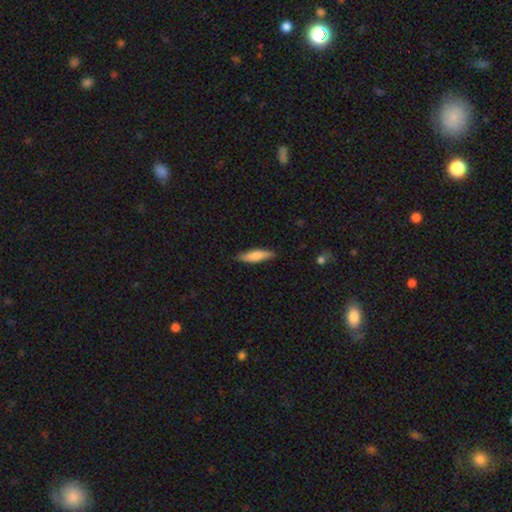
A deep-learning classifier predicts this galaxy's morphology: The model was most divided on "how rounded": cigar-shaped: 70%, in between: 29%, round: 2%. More confident: merging — none (83%); smooth or featured — smooth (77%).